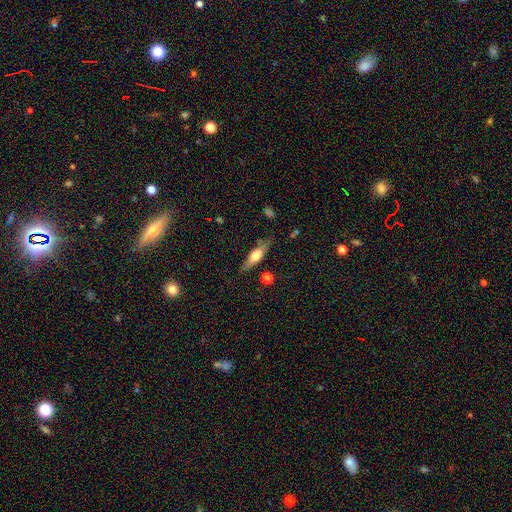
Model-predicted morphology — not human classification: smooth 49%, featured or disk 44%, star or artifact 7%. Down the decision tree: merging — none (79%).